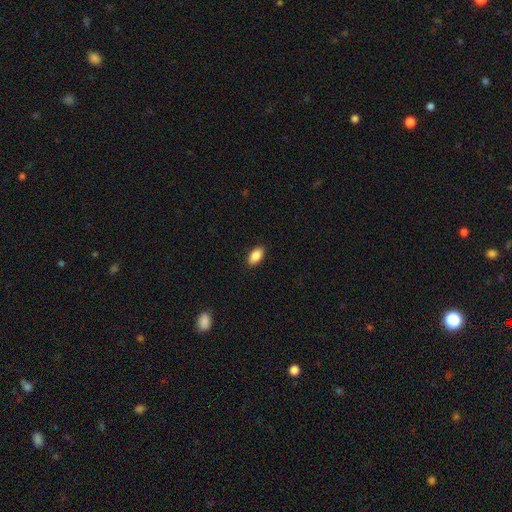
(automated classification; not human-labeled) Overall: smooth (88%). How rounded: in between (92%). Merging: none (89%).